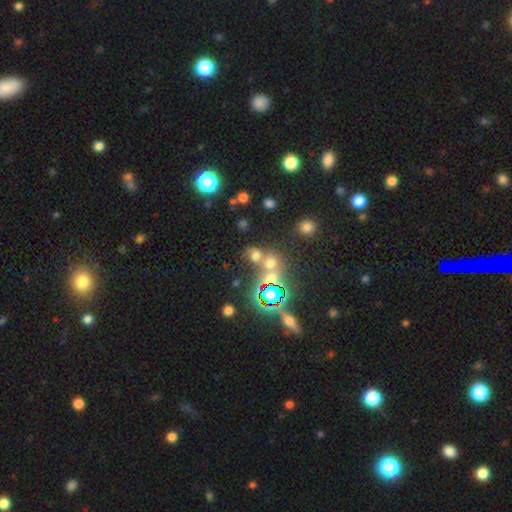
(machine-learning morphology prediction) type=smooth (55%); roundness=round (73%); merging=none (51%).